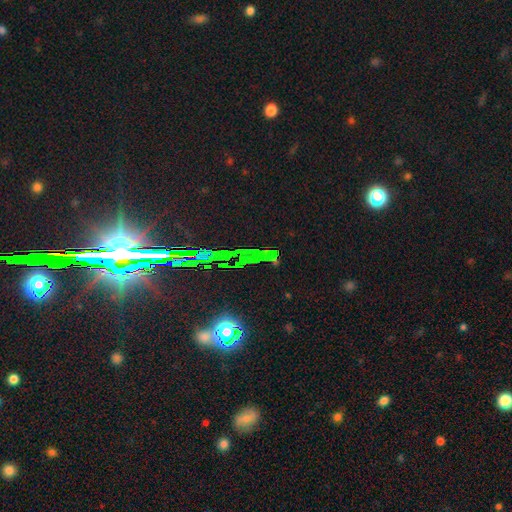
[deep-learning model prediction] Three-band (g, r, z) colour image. It shows a star or artifact, not a galaxy (78%).